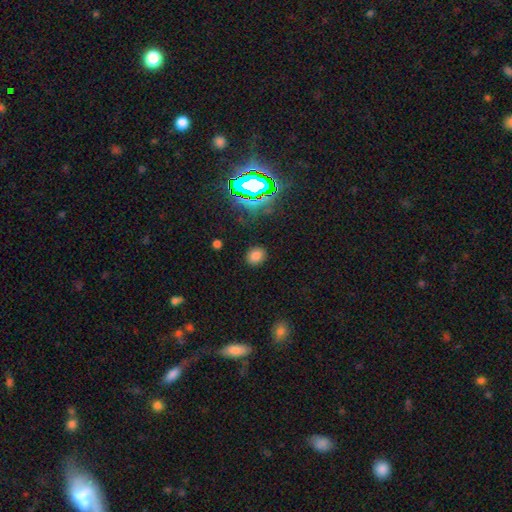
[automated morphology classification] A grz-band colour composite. It shows a smooth galaxy with no disk features (75%) that is round (61%). Merging: none (87%).